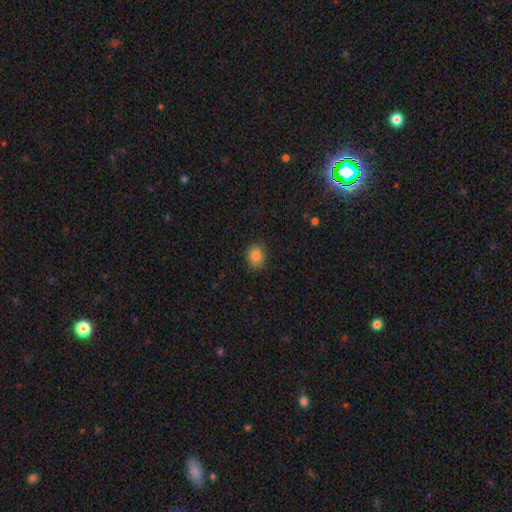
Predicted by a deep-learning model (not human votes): This is clearly a smooth galaxy (85%). How rounded: possibly round (56%). Merging: clearly none (87%).